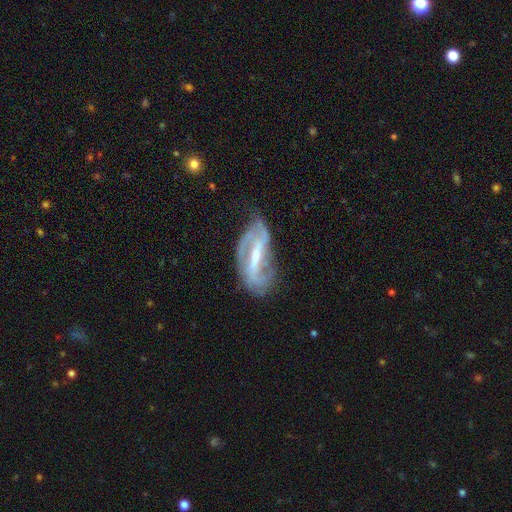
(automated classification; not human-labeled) Smooth or featured? Predicted: featured or disk (p=0.83). Edge-on disk? Predicted: no (p=0.92). Bar? Predicted: strong (p=0.59). Spiral arms? Predicted: yes (p=0.90). Spiral winding? Predicted: medium (p=0.42). Spiral arm count? Predicted: 2 (p=0.63). Bulge size? Predicted: moderate (p=0.45). Merging? Predicted: none (p=0.52).